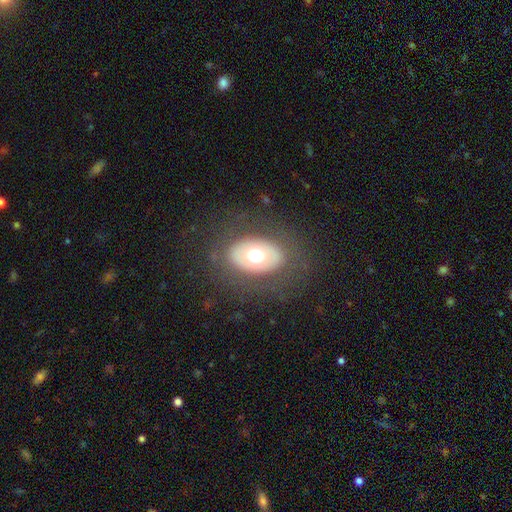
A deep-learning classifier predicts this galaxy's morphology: A smooth galaxy with no disk features (52%) that is in between round and cigar-shaped (77%).

Vote fractions:
- Smooth or featured? smooth: 52% / featured or disk: 39% / star or artifact: 9%
- How rounded? in between: 77% / round: 22% / cigar-shaped: 1%
- Merging? none: 80% / minor disturbance: 11% / major disturbance: 8% / merger: 1%